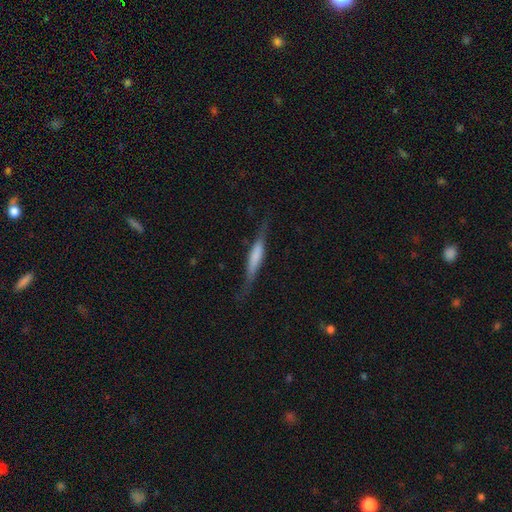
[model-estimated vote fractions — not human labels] Morphology: type=featured or disk (48%); merging=none (77%).